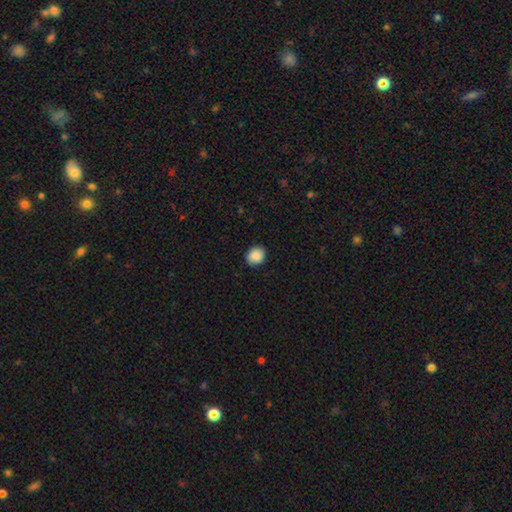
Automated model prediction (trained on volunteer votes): Smooth or featured: smooth — 86% (star or artifact — 8%)
How rounded: round — 71% (in between — 28%)
Merging: none — 84% (minor disturbance — 13%)